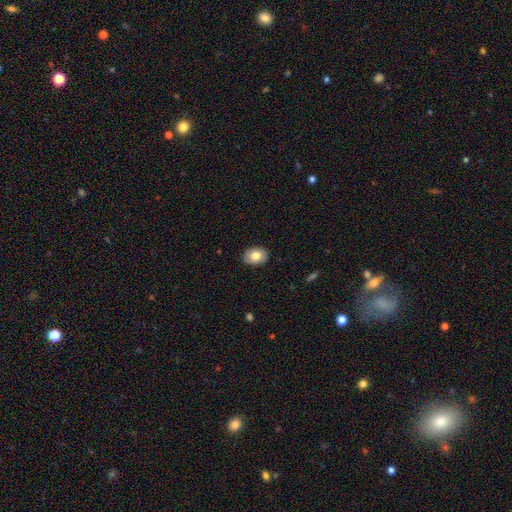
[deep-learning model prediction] Smooth or featured?
  - smooth: 79% *
  - featured or disk: 13%
  - star or artifact: 7%
How rounded?
  - in between: 77% *
  - round: 22%
  - cigar-shaped: 1%
Merging?
  - none: 88% *
  - minor disturbance: 9%
  - major disturbance: 2%
  - merger: 1%